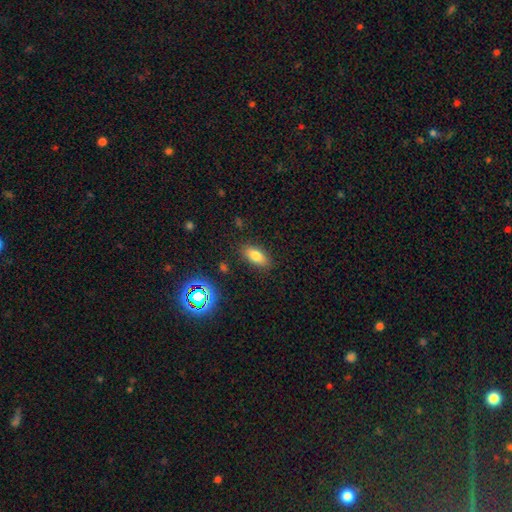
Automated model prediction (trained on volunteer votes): Smooth or featured?
  - smooth: 76% *
  - star or artifact: 12%
  - featured or disk: 12%
How rounded?
  - in between: 83% *
  - cigar-shaped: 12%
  - round: 5%
Merging?
  - none: 86% *
  - minor disturbance: 10%
  - major disturbance: 3%
  - merger: 2%